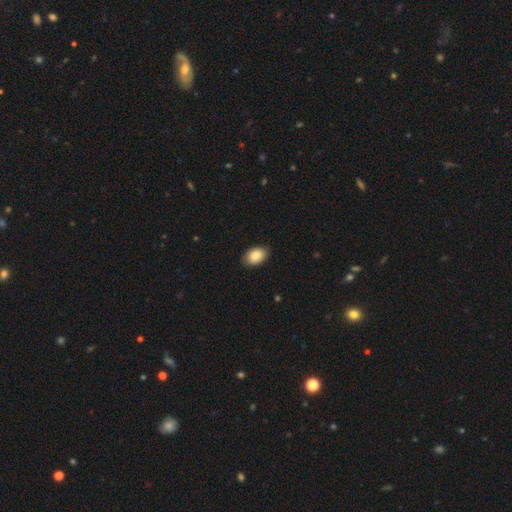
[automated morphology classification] Q: Smooth or featured?
A: smooth (86%); runner-up: featured or disk (8%)
Q: How rounded?
A: in between (88%); runner-up: round (11%)
Q: Merging?
A: none (85%); runner-up: minor disturbance (12%)